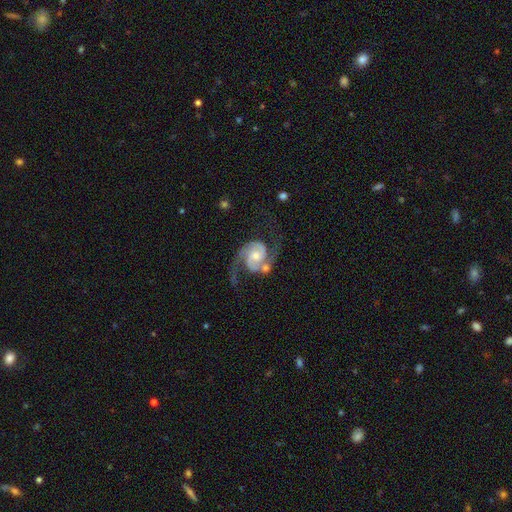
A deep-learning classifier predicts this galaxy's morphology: Overall: featured or disk (91%). Edge-on disk: no (98%). Bar: no (64%; weak 29%). Spiral arms: yes (98%). Spiral arm count: 2 (93%). Spiral winding: medium (53%; loose 27%). Bulge size: moderate (49%; small 42%). Merging: none (59%).